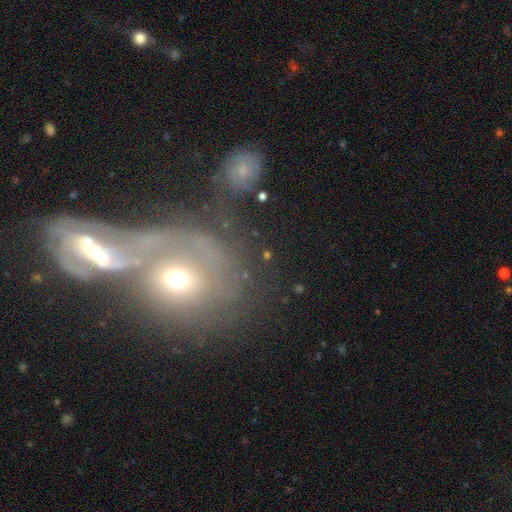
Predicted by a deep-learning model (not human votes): This appears to be a featured or disk galaxy (51%). Merging: merger (59%).